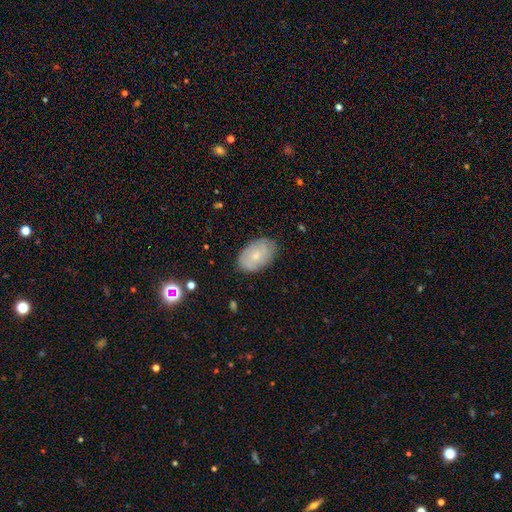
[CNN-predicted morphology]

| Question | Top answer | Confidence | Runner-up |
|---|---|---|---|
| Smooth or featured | smooth | 62% | featured or disk (30%) |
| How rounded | in between | 90% | round (9%) |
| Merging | none | 82% | minor disturbance (14%) |